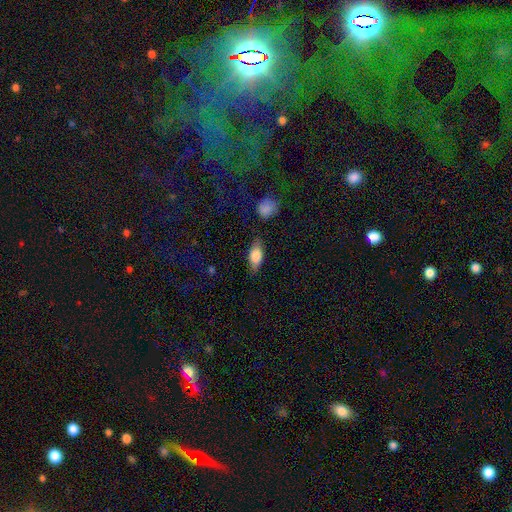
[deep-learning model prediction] A smooth galaxy with no disk features (74%) that is in between round and cigar-shaped (81%).

Vote fractions:
- Smooth or featured? smooth: 74% / featured or disk: 20% / star or artifact: 7%
- How rounded? in between: 81% / cigar-shaped: 15% / round: 4%
- Merging? none: 78% / minor disturbance: 15% / major disturbance: 4% / merger: 3%